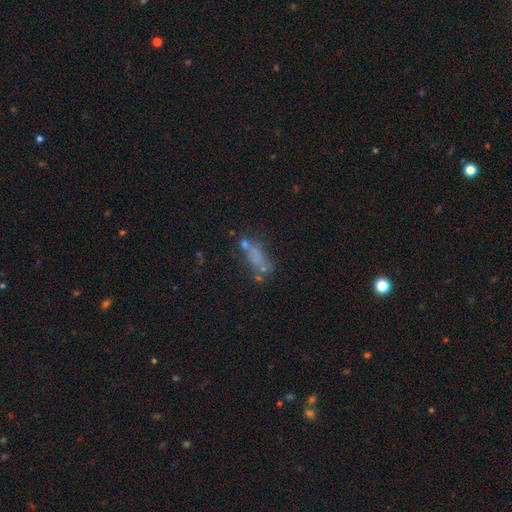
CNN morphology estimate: The model was most divided on "merging": none: 38%, merger: 26%, major disturbance: 18%, minor disturbance: 18%. Remaining: smooth or featured — smooth (49%).